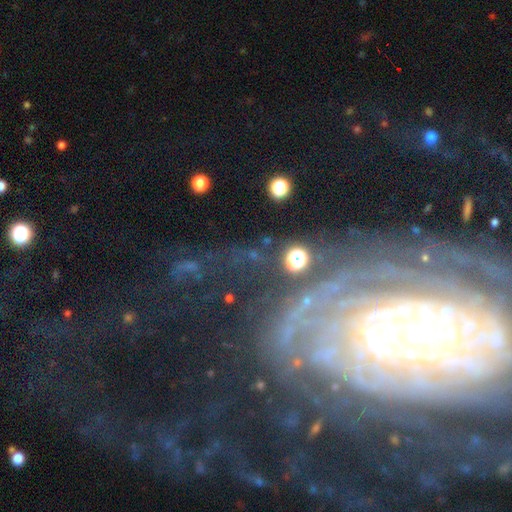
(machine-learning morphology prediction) This is likely a featured or disk galaxy (67%). It is clearly not viewed edge-on (93%). Bar: possibly no (58%). Spiral arm pattern: clearly yes (84%). Spiral arm count: marginally can't tell (32%). Spiral winding: likely tight (63%). Central bulge: possibly small (46%). Merging: likely none (62%).